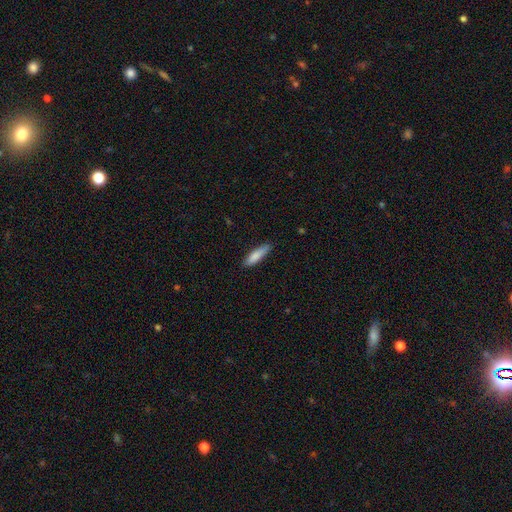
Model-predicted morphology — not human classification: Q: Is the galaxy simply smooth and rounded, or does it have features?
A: smooth — 82%.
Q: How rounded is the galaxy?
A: cigar-shaped — 69%.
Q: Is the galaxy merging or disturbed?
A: none — 82%.